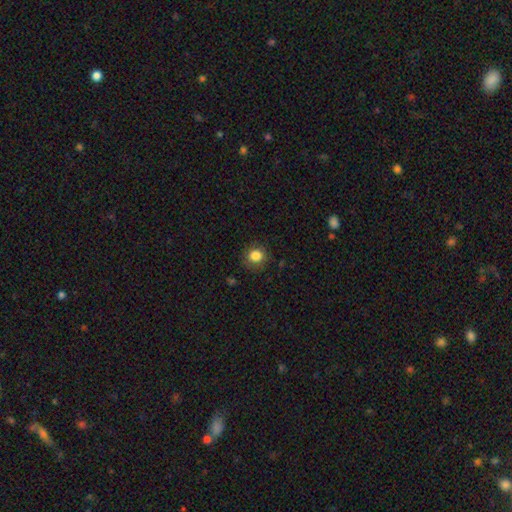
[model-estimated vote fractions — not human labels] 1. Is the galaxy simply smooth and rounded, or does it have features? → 84% smooth, 11% star or artifact, 5% featured or disk.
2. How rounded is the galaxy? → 85% round, 14% in between, 1% cigar-shaped.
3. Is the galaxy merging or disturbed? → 85% none, 11% minor disturbance, 3% major disturbance, 1% merger.